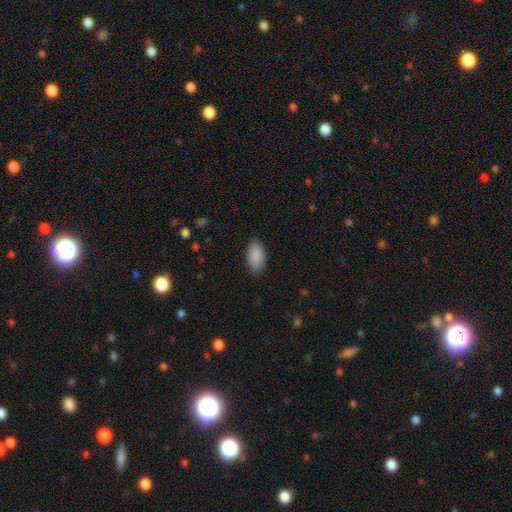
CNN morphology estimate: Smooth or featured? Predicted: smooth (p=0.90). How rounded? Predicted: in between (p=0.94). Merging? Predicted: none (p=0.85).